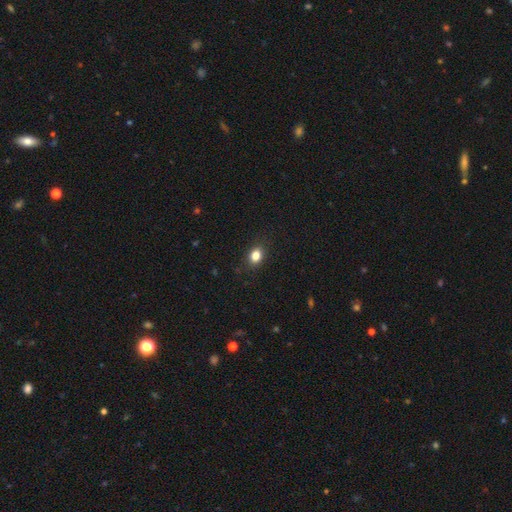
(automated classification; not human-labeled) A smooth galaxy with no disk features (84%) that is in between round and cigar-shaped (61%). Merging: none (87%).